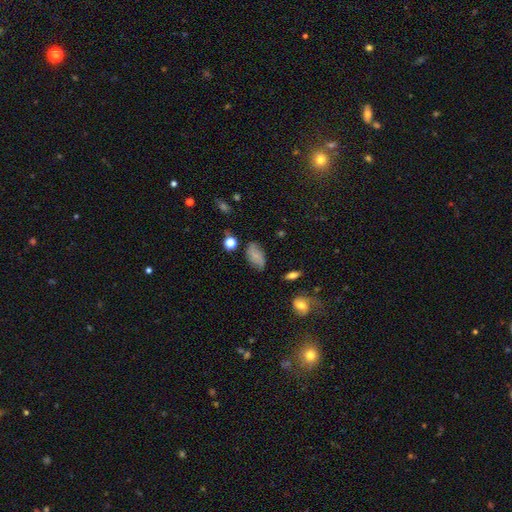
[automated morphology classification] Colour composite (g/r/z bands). It shows a smooth galaxy with no disk features (74%) that is in between round and cigar-shaped (91%). Merging: none (72%).